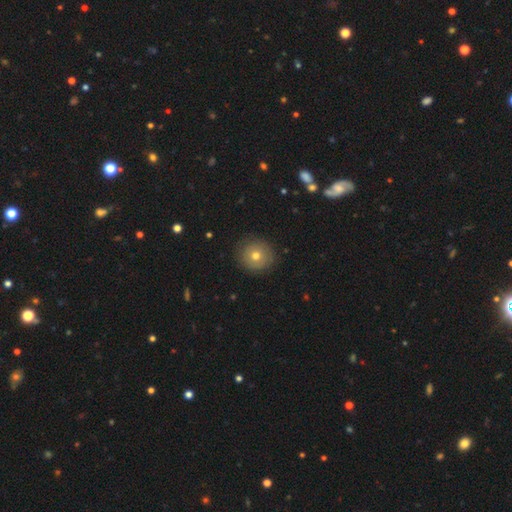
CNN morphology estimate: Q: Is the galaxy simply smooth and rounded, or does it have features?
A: smooth — 68%.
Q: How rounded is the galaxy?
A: round — 92%.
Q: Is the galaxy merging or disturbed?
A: none — 86%.